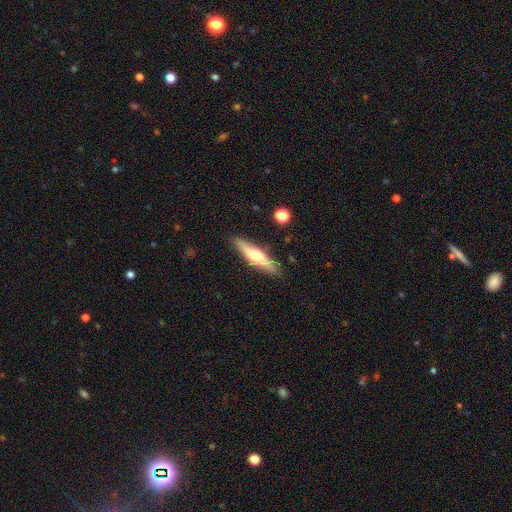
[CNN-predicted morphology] This is possibly a smooth galaxy (50%). Merging: clearly none (86%).